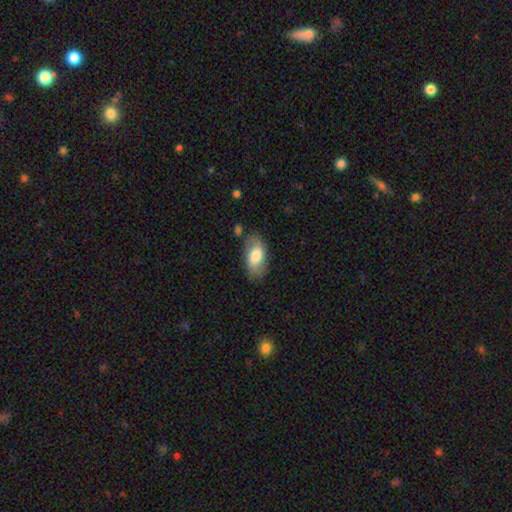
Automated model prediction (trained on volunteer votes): Overall: smooth (69%). How rounded: in between (93%). Merging: none (74%).